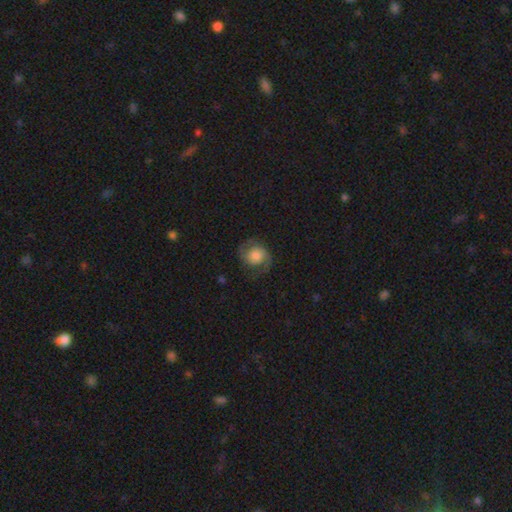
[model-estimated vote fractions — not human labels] Smooth or featured? featured or disk (66%)
Edge-on disk? no (98%)
Bar? no (71%)
Spiral arms? yes (93%)
Spiral winding? medium (49%)
Spiral arm count? 2 (90%)
Bulge size? large (43%)
Merging? none (73%)